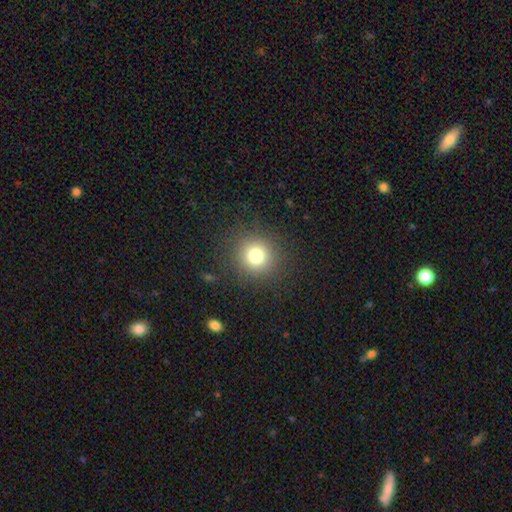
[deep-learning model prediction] smooth-or-featured: smooth: 77% | star or artifact: 15% | featured or disk: 8%
  how-rounded: round: 92% | in between: 7% | cigar-shaped: 1%
  merging: none: 88% | minor disturbance: 7% | major disturbance: 4% | merger: 1%